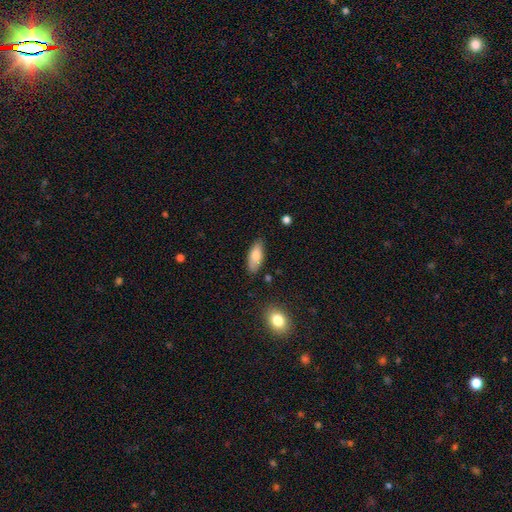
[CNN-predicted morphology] This appears to be a smooth galaxy with no disk features (81%) that is in between round and cigar-shaped (82%). Merging: none (80%).